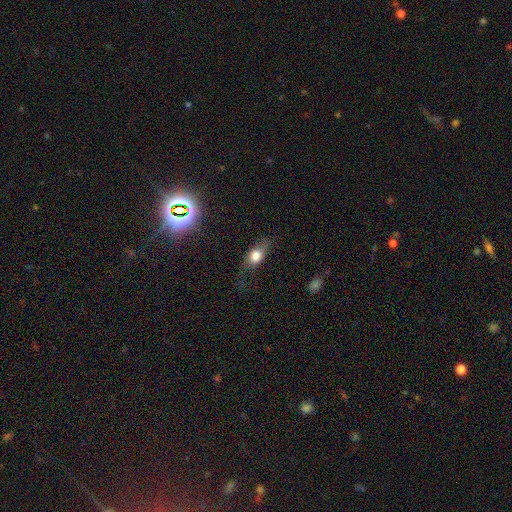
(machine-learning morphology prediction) smooth 67%, featured or disk 22%, star or artifact 11%. Down the decision tree: how rounded — in between (67%); merging — none (57%).